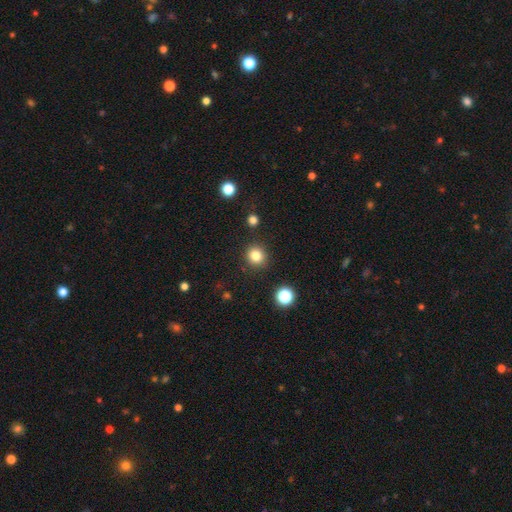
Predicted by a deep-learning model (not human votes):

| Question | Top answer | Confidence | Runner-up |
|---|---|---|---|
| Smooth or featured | smooth | 83% | star or artifact (12%) |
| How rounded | round | 91% | in between (8%) |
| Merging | none | 90% | minor disturbance (6%) |